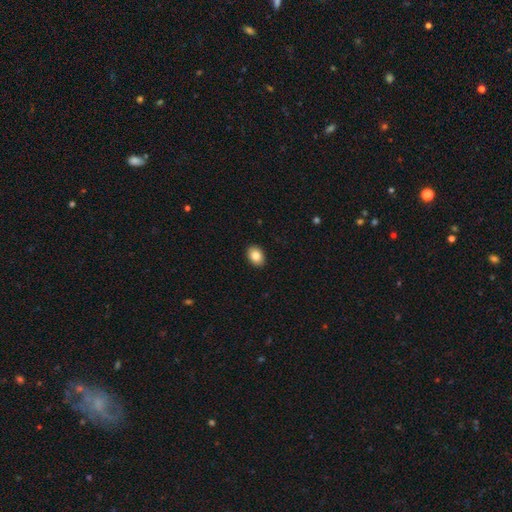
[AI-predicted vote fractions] The model was most divided on "how rounded": in between: 72%, round: 27%, cigar-shaped: 1%. More confident: merging — none (91%); smooth or featured — smooth (84%).